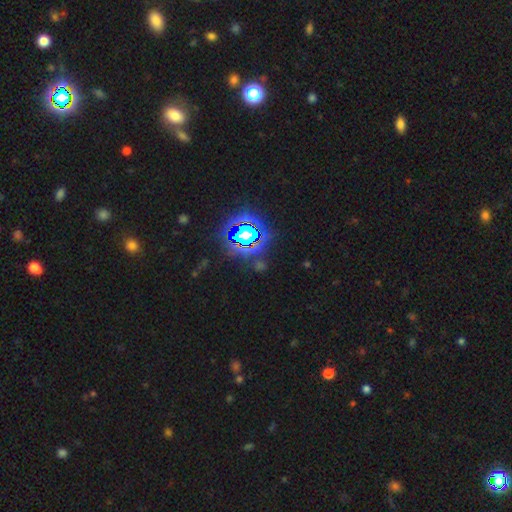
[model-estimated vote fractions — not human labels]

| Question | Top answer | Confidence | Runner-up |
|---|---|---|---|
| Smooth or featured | star or artifact | 82% | smooth (11%) |